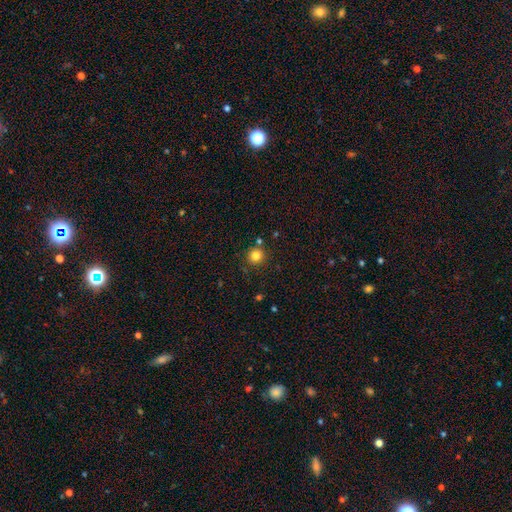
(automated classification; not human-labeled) Smooth or featured?
  - smooth: 82% *
  - star or artifact: 13%
  - featured or disk: 5%
How rounded?
  - round: 94% *
  - in between: 5%
  - cigar-shaped: 1%
Merging?
  - none: 85% *
  - minor disturbance: 8%
  - merger: 5%
  - major disturbance: 2%